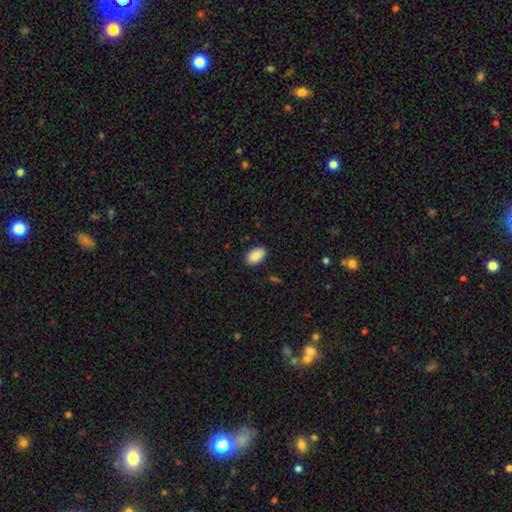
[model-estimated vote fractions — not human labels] Morphology: type=smooth (90%); roundness=in between (93%); merging=none (88%).